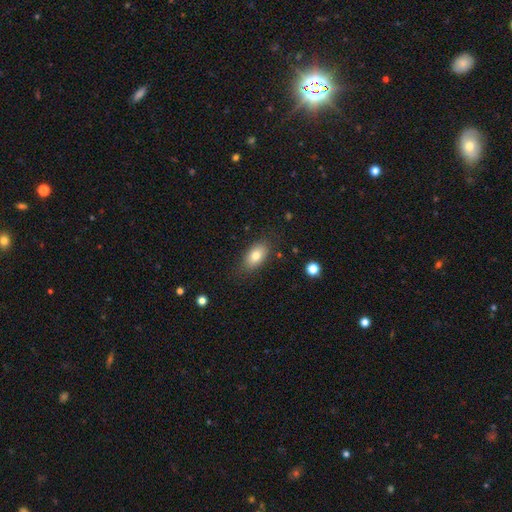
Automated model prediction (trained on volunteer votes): Overall: smooth (80%). How rounded: in between (90%). Merging: none (81%).